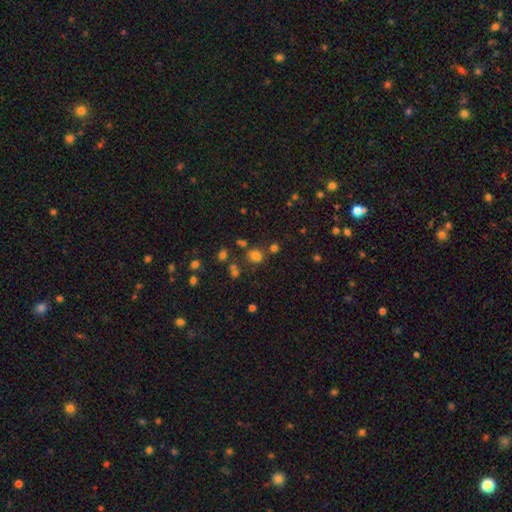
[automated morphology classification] A smooth galaxy with no disk features (69%) that is round (54%). Merging: none (67%).